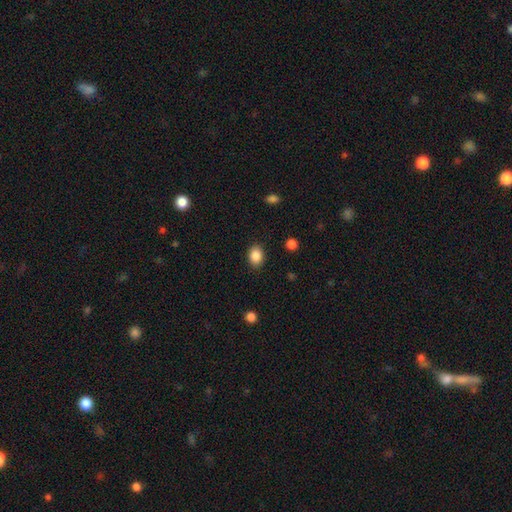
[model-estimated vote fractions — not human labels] smooth-or-featured: smooth: 87% | star or artifact: 9% | featured or disk: 4%
  how-rounded: in between: 67% | round: 32% | cigar-shaped: 1%
  merging: none: 88% | minor disturbance: 8% | major disturbance: 2% | merger: 1%